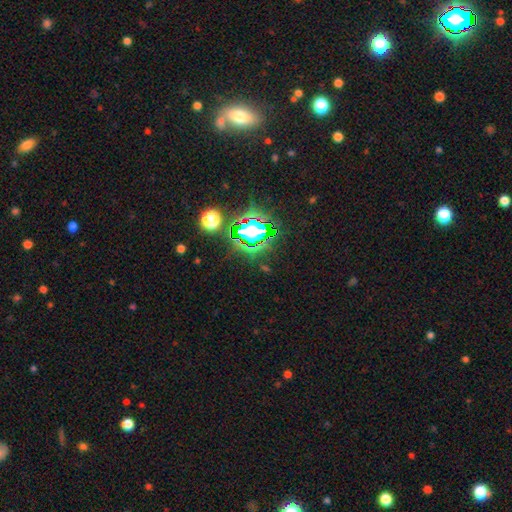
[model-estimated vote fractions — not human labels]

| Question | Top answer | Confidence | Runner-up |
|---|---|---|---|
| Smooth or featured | star or artifact | 78% | smooth (13%) |